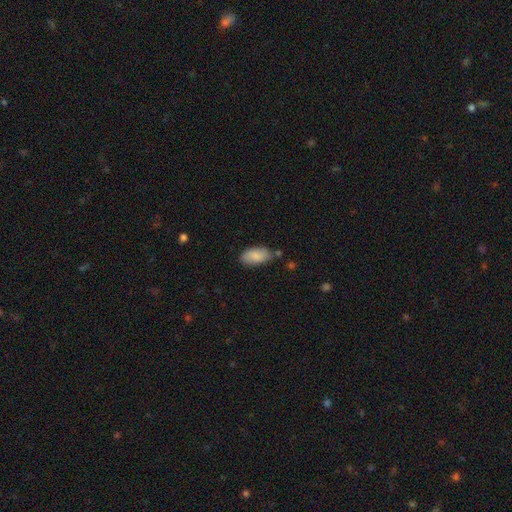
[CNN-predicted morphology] This appears to be a smooth galaxy with no disk features (87%) that is in between round and cigar-shaped (94%). Merging: none (73%).